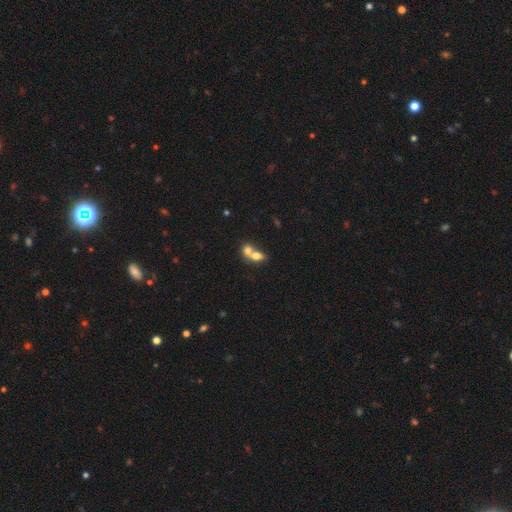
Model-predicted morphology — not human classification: A smooth galaxy with no disk features (72%) that is in between round and cigar-shaped (67%). Merging: merger (73%).